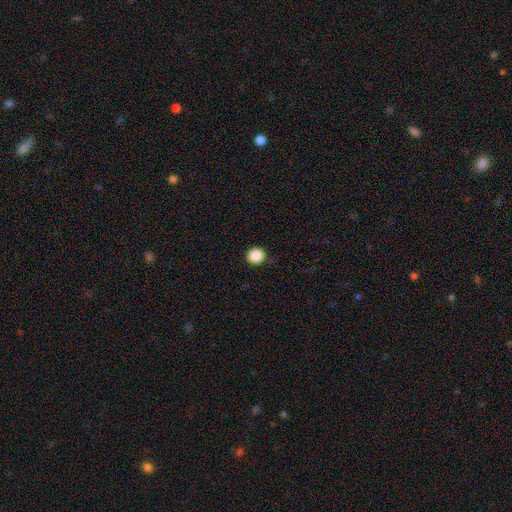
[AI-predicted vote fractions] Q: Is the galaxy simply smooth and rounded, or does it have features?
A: smooth — 88%.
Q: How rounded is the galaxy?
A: round — 92%.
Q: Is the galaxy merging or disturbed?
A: none — 90%.